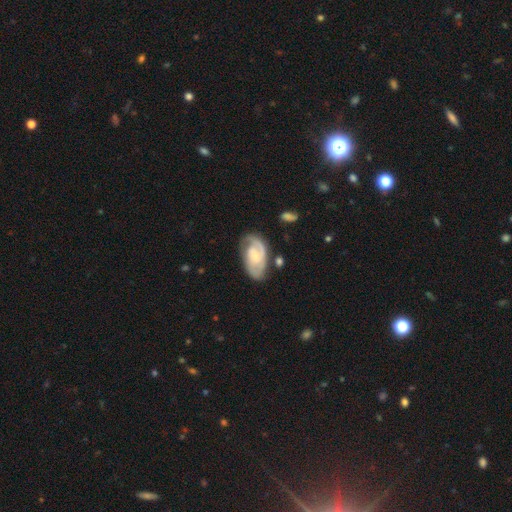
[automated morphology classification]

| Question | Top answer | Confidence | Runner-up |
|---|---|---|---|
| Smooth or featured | featured or disk | 76% | smooth (19%) |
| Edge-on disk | no | 96% | yes (4%) |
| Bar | no | 61% | weak (33%) |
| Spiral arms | yes | 93% | no (7%) |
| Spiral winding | tight | 52% | medium (36%) |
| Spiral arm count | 2 | 55% | 1 (24%) |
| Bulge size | small | 58% | moderate (27%) |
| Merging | none | 65% | minor disturbance (21%) |